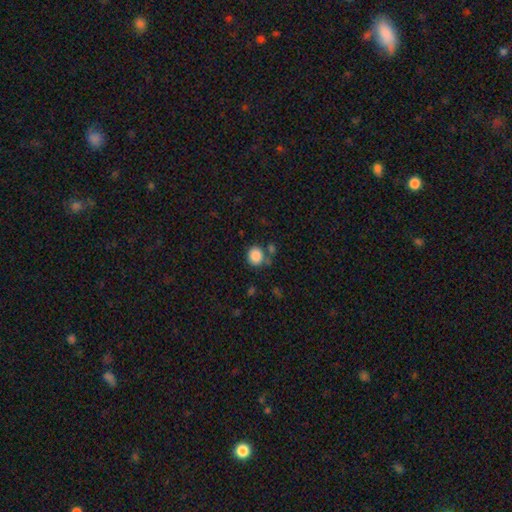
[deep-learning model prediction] smooth 87%, star or artifact 9%, featured or disk 4%. Down the decision tree: how rounded — round (81%); merging — none (69%).